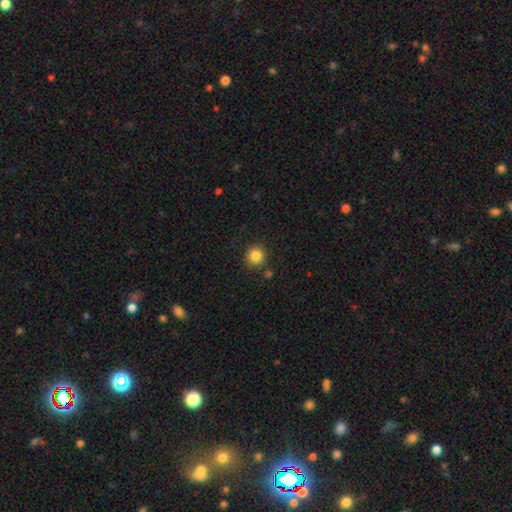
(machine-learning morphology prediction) type=smooth (85%); roundness=round (91%); merging=none (85%).